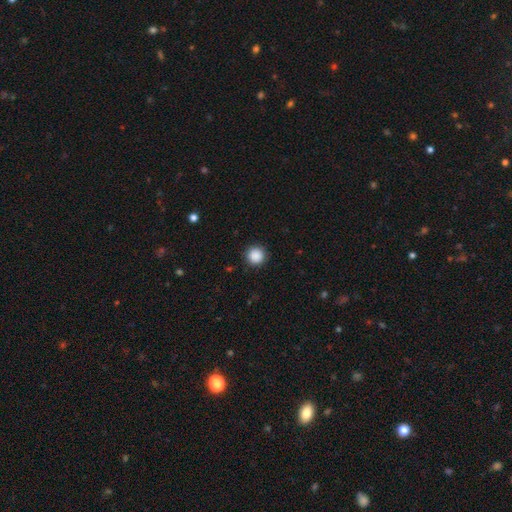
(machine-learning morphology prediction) Smooth or featured? smooth (88%)
How rounded? round (95%)
Merging? none (91%)